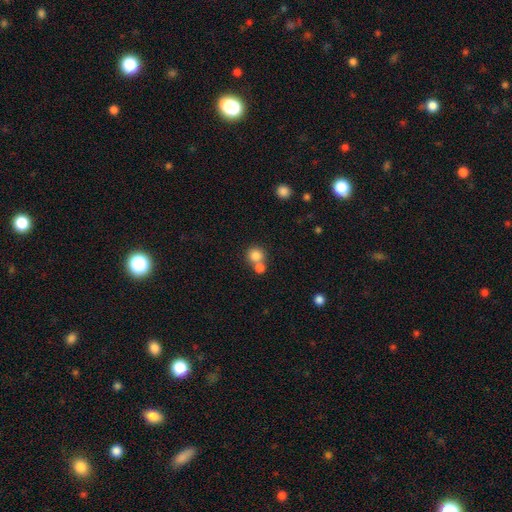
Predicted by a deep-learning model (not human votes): A smooth galaxy with no disk features (82%) that is round (90%). Merging: none (50%).